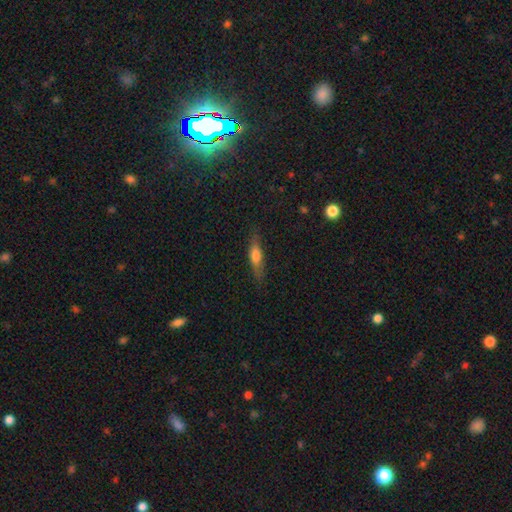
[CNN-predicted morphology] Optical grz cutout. It shows a smooth galaxy with no disk features (60%) that is cigar-shaped (68%). Merging: none (81%).